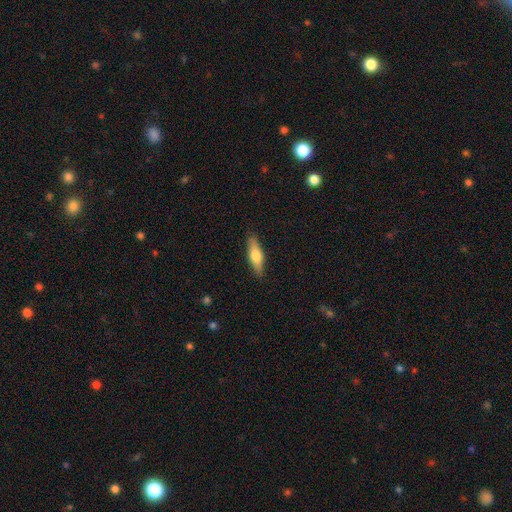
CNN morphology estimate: The model was most divided on "how rounded": cigar-shaped: 50%, in between: 47%, round: 2%. More confident: merging — none (87%); smooth or featured — smooth (64%).